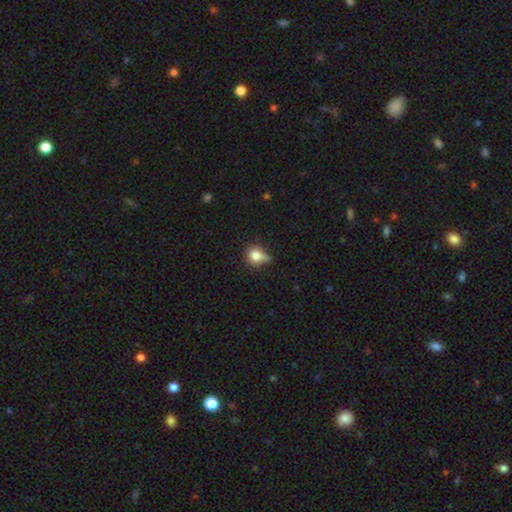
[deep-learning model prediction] Q: Smooth or featured?
A: smooth (78%); runner-up: featured or disk (11%)
Q: How rounded?
A: round (72%); runner-up: in between (26%)
Q: Merging?
A: none (44%); runner-up: minor disturbance (36%)